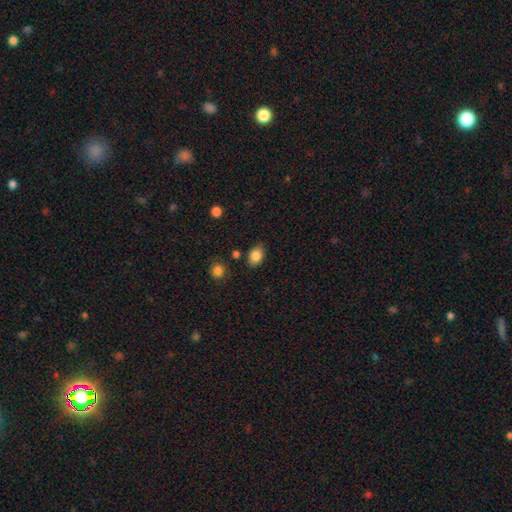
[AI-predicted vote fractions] This is clearly a smooth galaxy (86%). How rounded: likely in between (74%). Merging: likely none (79%).